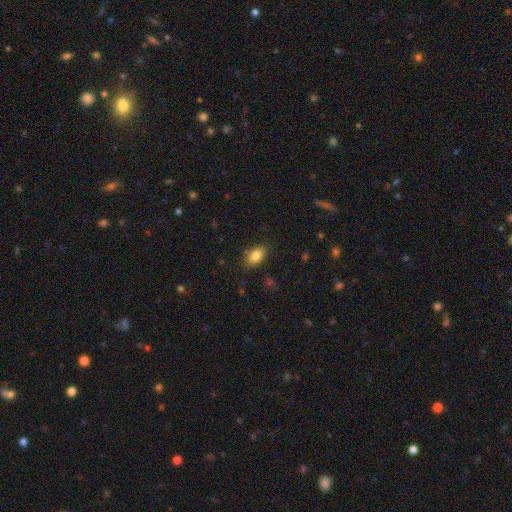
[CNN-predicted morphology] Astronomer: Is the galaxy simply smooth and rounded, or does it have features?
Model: smooth — 81%.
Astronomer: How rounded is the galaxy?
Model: in between — 87%.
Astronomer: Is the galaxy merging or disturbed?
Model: none — 81%.